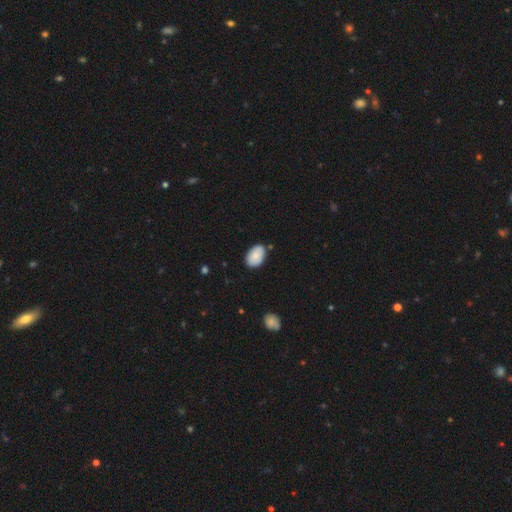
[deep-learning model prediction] smooth-or-featured: smooth: 84% | featured or disk: 9% | star or artifact: 7%
  how-rounded: in between: 90% | round: 9% | cigar-shaped: 1%
  merging: none: 77% | minor disturbance: 18% | merger: 3% | major disturbance: 3%